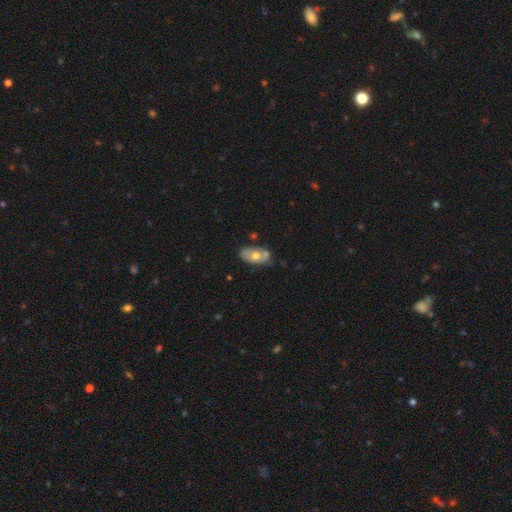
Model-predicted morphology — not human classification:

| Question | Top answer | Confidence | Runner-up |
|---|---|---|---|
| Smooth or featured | smooth | 48% | featured or disk (46%) |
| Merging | none | 65% | minor disturbance (23%) |